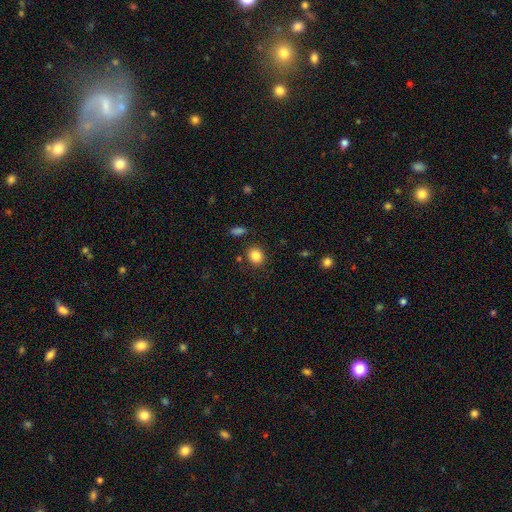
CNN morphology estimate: Smooth or featured? smooth (85%)
How rounded? round (77%)
Merging? none (86%)